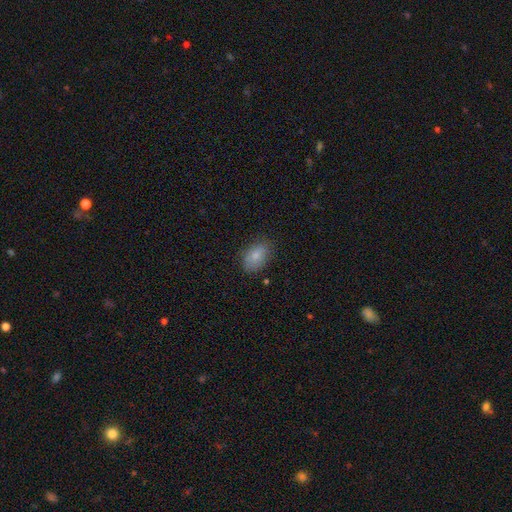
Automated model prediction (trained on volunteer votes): Smooth or featured? smooth (83%)
How rounded? in between (88%)
Merging? none (77%)